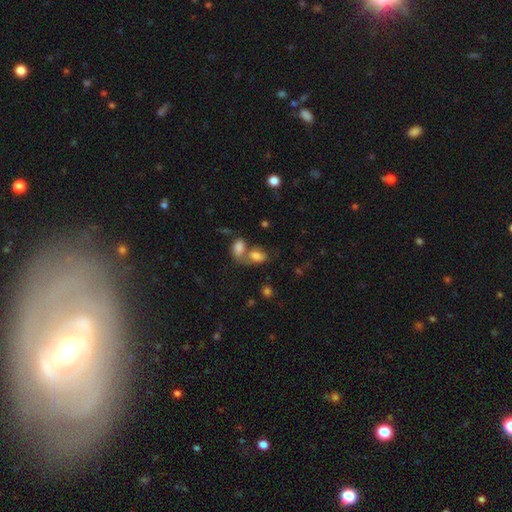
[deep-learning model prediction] Morphology: type=smooth (79%); roundness=in between (87%); merging=merger (55%).